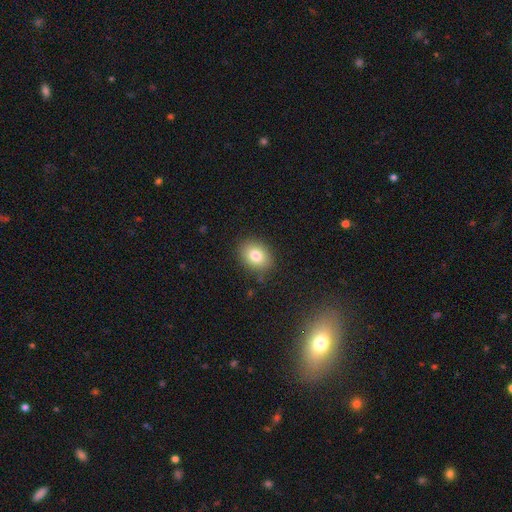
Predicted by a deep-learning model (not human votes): Q: Smooth or featured?
A: smooth (81%); runner-up: featured or disk (10%)
Q: How rounded?
A: in between (59%); runner-up: round (40%)
Q: Merging?
A: none (86%); runner-up: minor disturbance (10%)